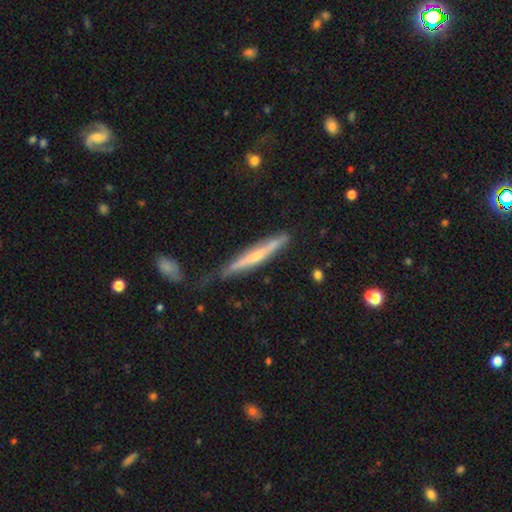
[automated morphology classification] A featured or disk galaxy (59%) viewed edge-on (92%) with a rounded central bulge (47%). Merging: none (62%).